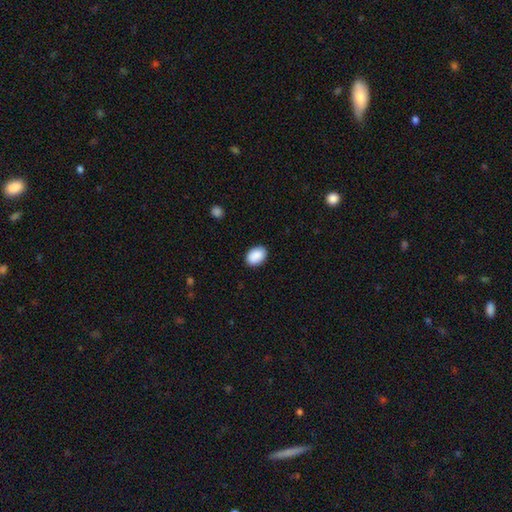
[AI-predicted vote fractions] smooth 91%, star or artifact 6%, featured or disk 3%. Down the decision tree: how rounded — in between (85%); merging — none (89%).